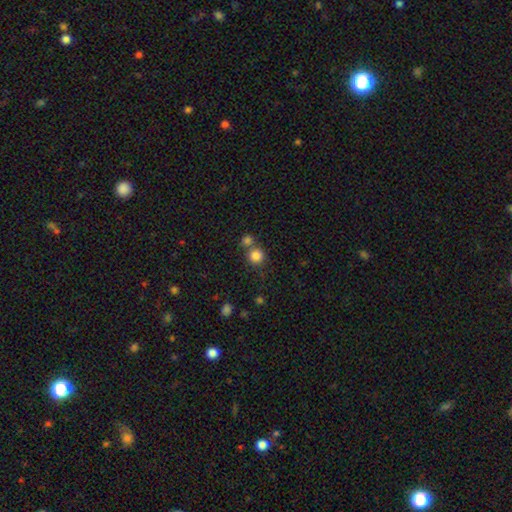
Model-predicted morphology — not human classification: smooth 83%, star or artifact 12%, featured or disk 6%. Down the decision tree: how rounded — round (92%); merging — none (63%).